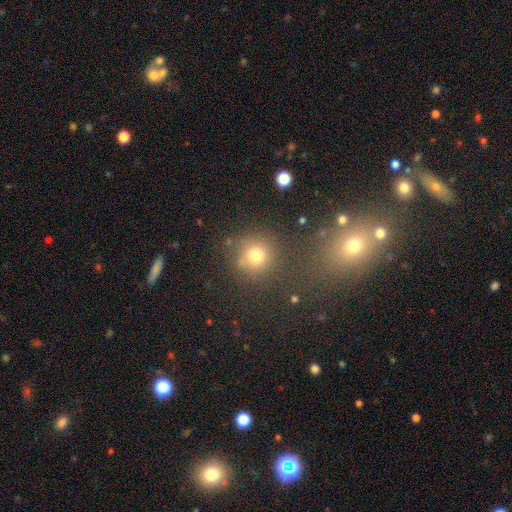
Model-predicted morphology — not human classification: This is likely a smooth galaxy (75%). How rounded: clearly round (91%). Merging: likely none (71%).